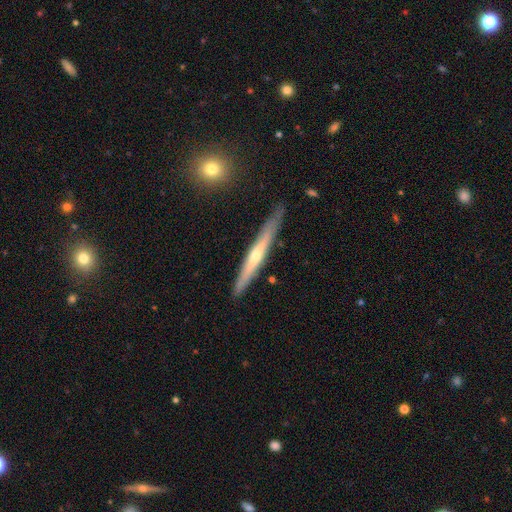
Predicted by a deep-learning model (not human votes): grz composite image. It shows a featured or disk galaxy (69%) viewed edge-on (96%) with a rounded central bulge (69%). Merging: none (87%).